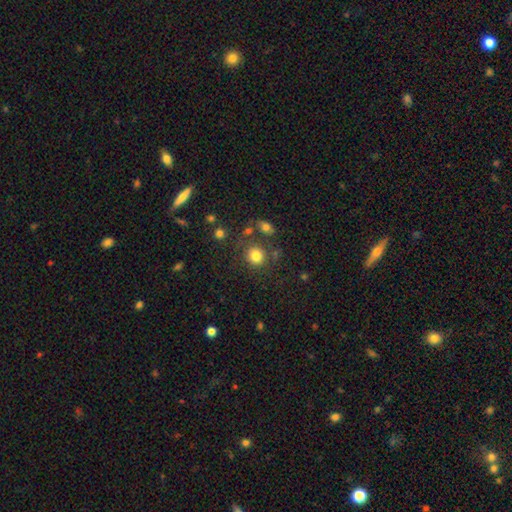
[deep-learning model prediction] Smooth or featured: smooth — 81% (star or artifact — 12%)
How rounded: round — 85% (in between — 14%)
Merging: none — 76% (minor disturbance — 11%)